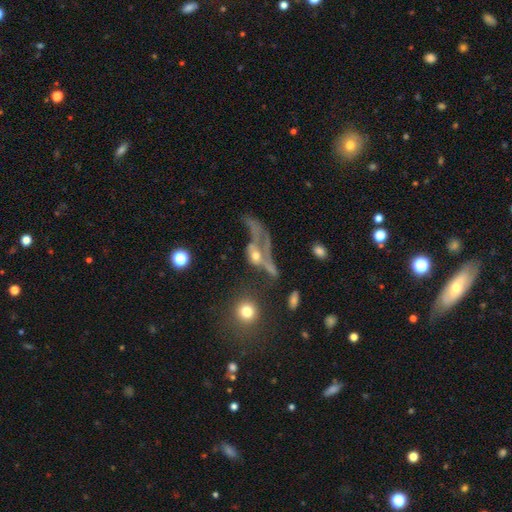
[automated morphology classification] Smooth or featured?
  - featured or disk: 53% *
  - smooth: 32%
  - star or artifact: 15%
Edge-on disk?
  - no: 88% *
  - yes: 12%
Merging?
  - major disturbance: 48% *
  - merger: 29%
  - none: 14%
  - minor disturbance: 8%